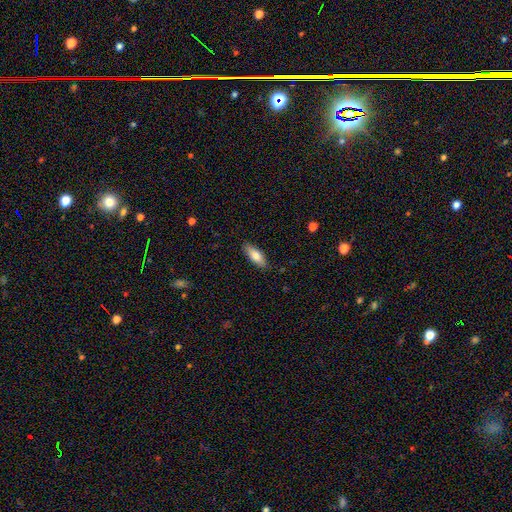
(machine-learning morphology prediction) Q: Smooth or featured?
A: smooth (77%); runner-up: featured or disk (17%)
Q: How rounded?
A: in between (71%); runner-up: cigar-shaped (27%)
Q: Merging?
A: none (87%); runner-up: minor disturbance (10%)